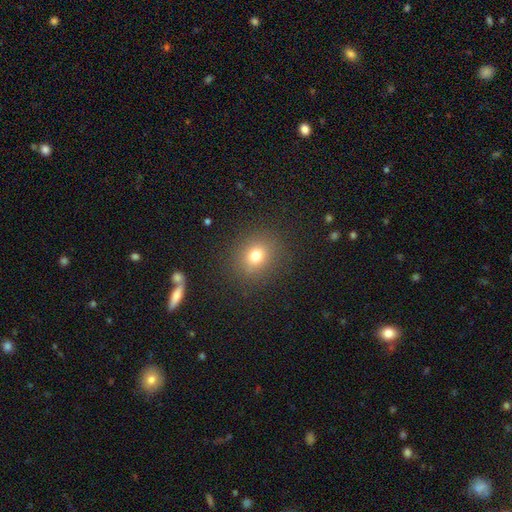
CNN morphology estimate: type=smooth (75%); roundness=round (75%); merging=none (87%).